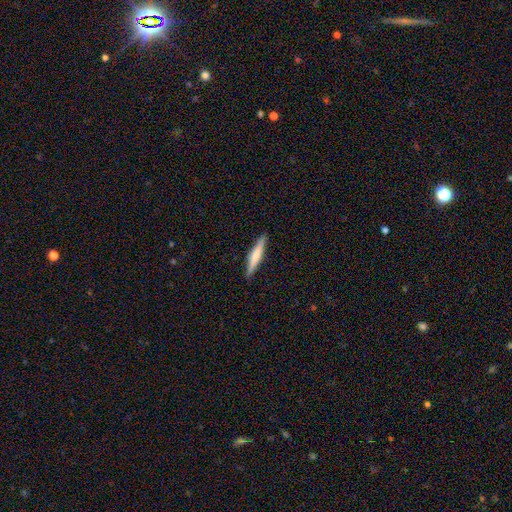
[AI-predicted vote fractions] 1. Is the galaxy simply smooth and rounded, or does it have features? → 56% smooth, 39% featured or disk, 6% star or artifact.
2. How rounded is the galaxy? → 93% cigar-shaped, 6% in between, 1% round.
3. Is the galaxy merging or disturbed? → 91% none, 7% minor disturbance, 1% major disturbance, 1% merger.